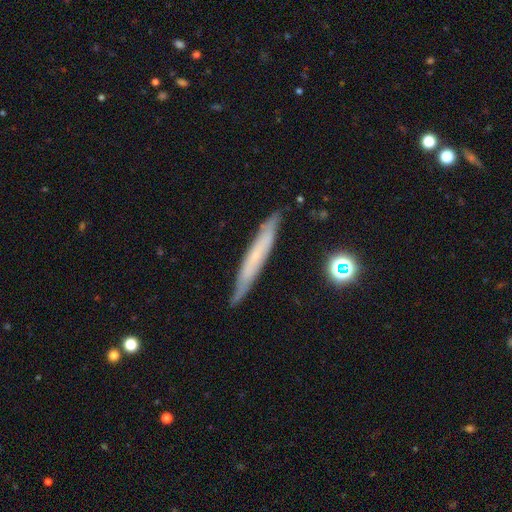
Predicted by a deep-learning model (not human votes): This appears to be a featured or disk galaxy (49%). Merging: none (83%).